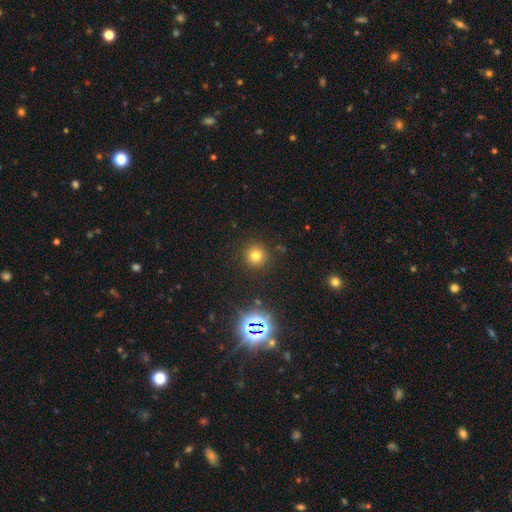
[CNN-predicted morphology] Q: Smooth or featured?
A: smooth (73%); runner-up: star or artifact (20%)
Q: How rounded?
A: round (94%); runner-up: in between (5%)
Q: Merging?
A: none (89%); runner-up: minor disturbance (6%)